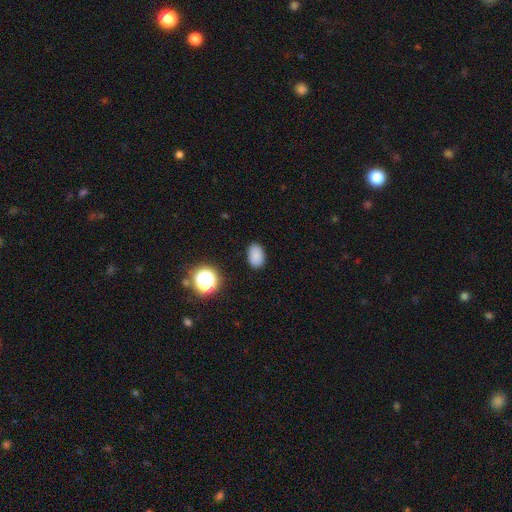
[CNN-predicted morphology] smooth_or_featured: smooth (p=0.84) [alt: star or artifact p=0.12]
how_rounded: in between (p=0.85) [alt: round p=0.14]
merging: none (p=0.87) [alt: minor disturbance p=0.09]